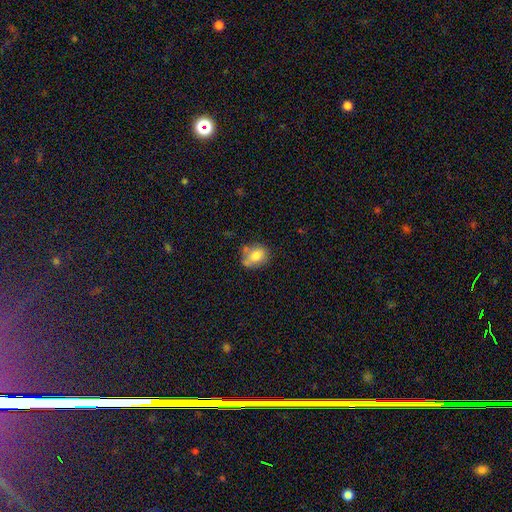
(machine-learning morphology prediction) A smooth galaxy with no disk features (76%) that is round (55%). Merging: none (58%).